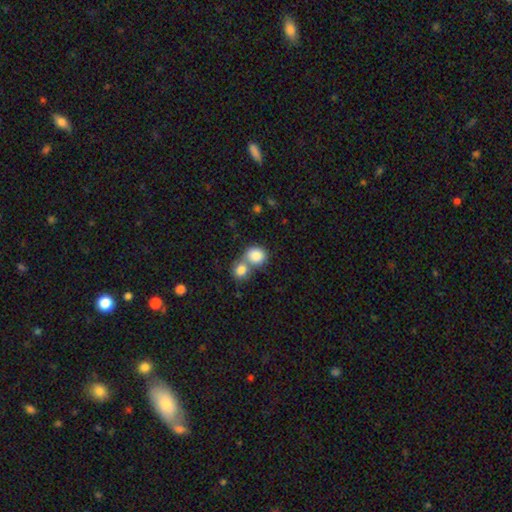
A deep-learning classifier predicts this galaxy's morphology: type=smooth (84%); roundness=round (77%); merging=merger (56%).